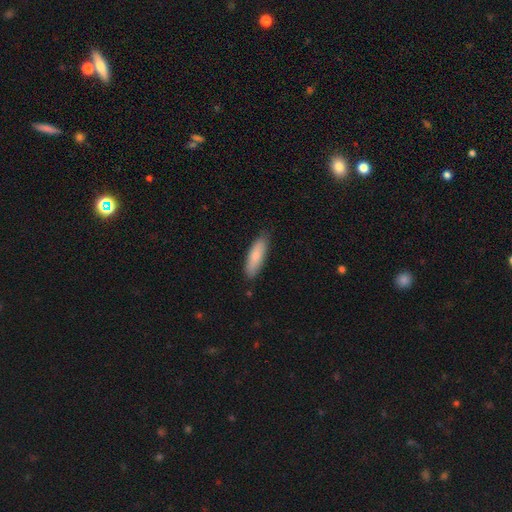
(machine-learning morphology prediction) Q: Smooth or featured?
A: smooth (83%); runner-up: featured or disk (11%)
Q: How rounded?
A: cigar-shaped (55%); runner-up: in between (43%)
Q: Merging?
A: none (83%); runner-up: minor disturbance (14%)